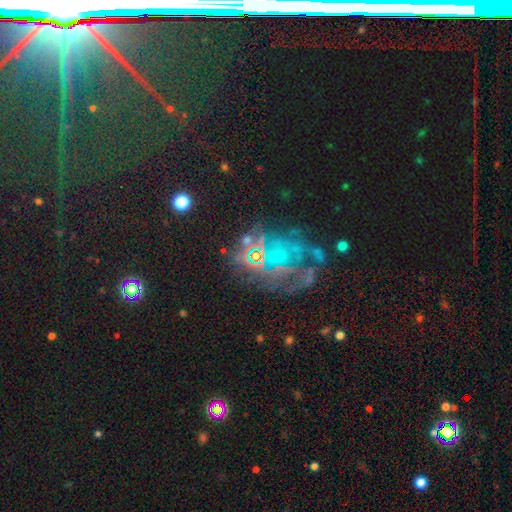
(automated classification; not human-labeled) star or artifact 54%, featured or disk 25%, smooth 21%.